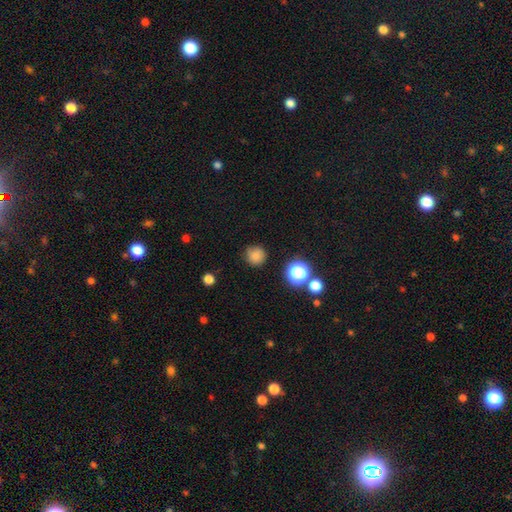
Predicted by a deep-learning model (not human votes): This is clearly a smooth galaxy (81%). How rounded: clearly round (94%). Merging: clearly none (85%).